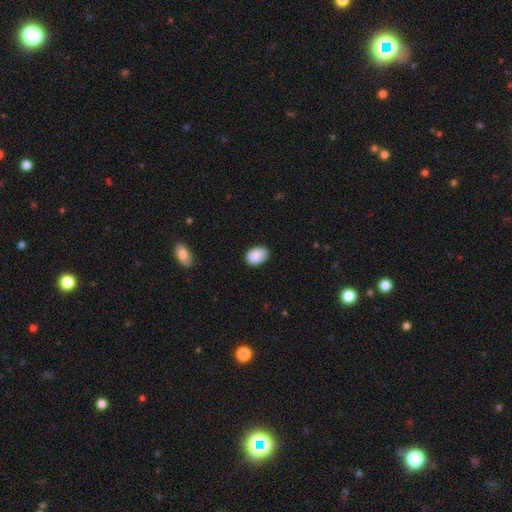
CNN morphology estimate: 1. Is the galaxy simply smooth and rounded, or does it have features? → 88% smooth, 7% star or artifact, 5% featured or disk.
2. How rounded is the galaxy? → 81% in between, 18% round, 1% cigar-shaped.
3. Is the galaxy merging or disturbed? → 76% none, 20% minor disturbance, 3% major disturbance, 1% merger.